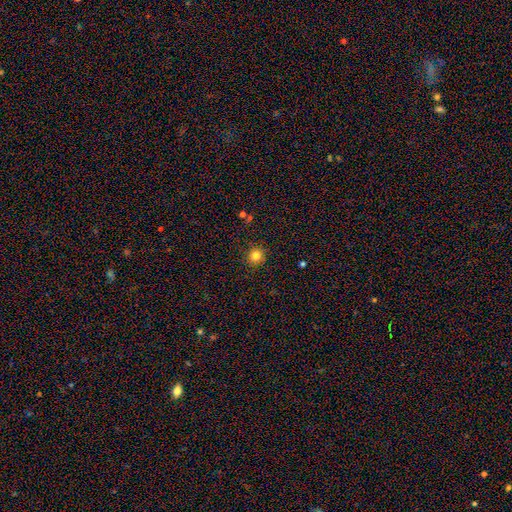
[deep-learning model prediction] A smooth galaxy with no disk features (81%) that is round (90%). Merging: none (90%).